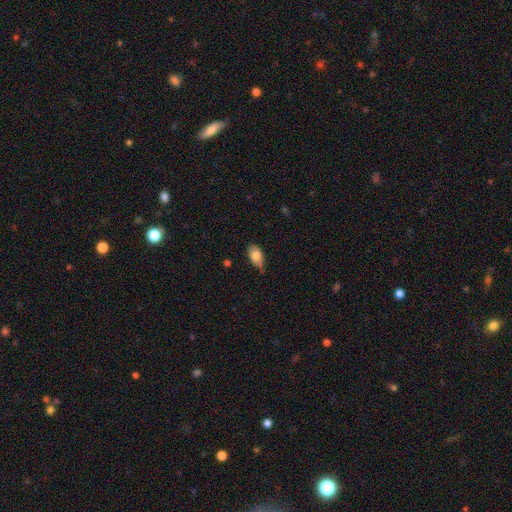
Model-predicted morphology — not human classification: This is likely a smooth galaxy (77%). How rounded: clearly in between (90%). Merging: possibly none (46%).